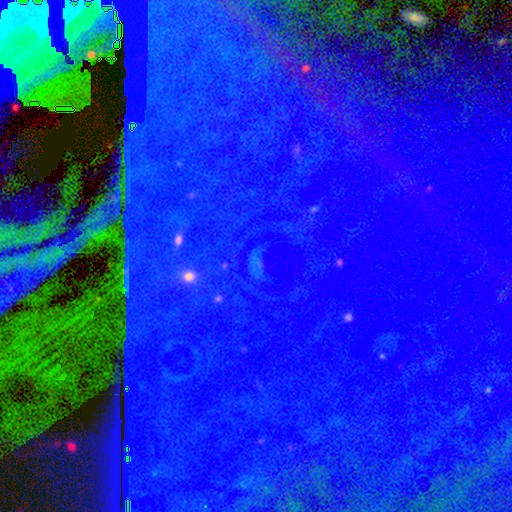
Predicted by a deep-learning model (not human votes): Q: Smooth or featured?
A: star or artifact (86%); runner-up: smooth (7%)